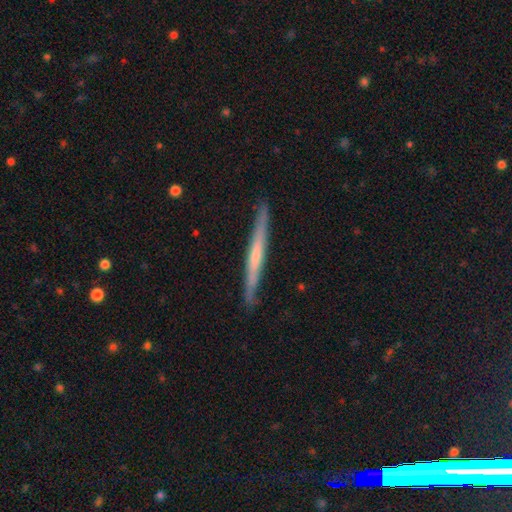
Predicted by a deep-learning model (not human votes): The model was most divided on "smooth or featured": featured or disk: 56%, smooth: 40%, star or artifact: 5%. More confident: edge-on disk — yes (96%); merging — none (88%); edge-on bulge — none (66%).